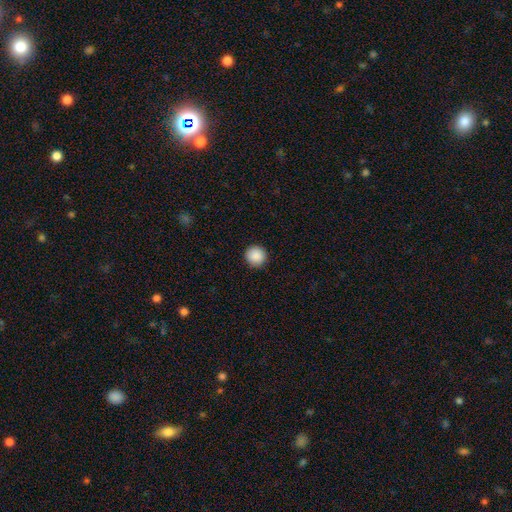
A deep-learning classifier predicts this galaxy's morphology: type=smooth (89%); roundness=round (95%); merging=none (92%).